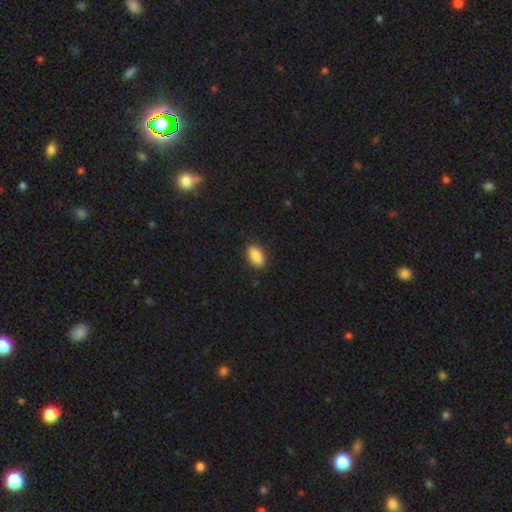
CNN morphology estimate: Q: Smooth or featured?
A: smooth (86%); runner-up: star or artifact (7%)
Q: How rounded?
A: in between (91%); runner-up: round (5%)
Q: Merging?
A: none (88%); runner-up: minor disturbance (9%)